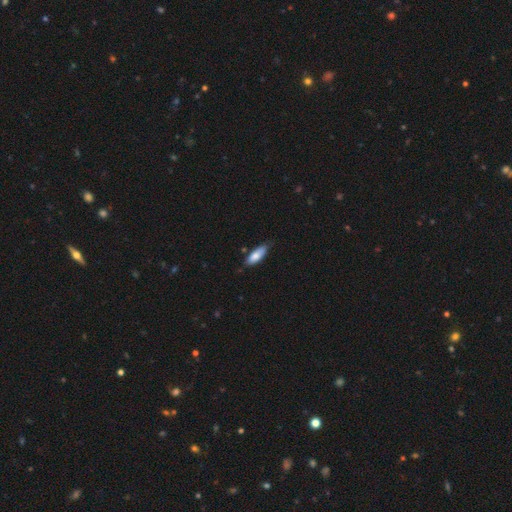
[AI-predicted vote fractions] Q: Smooth or featured?
A: smooth (81%); runner-up: featured or disk (13%)
Q: How rounded?
A: in between (66%); runner-up: cigar-shaped (32%)
Q: Merging?
A: none (76%); runner-up: minor disturbance (19%)